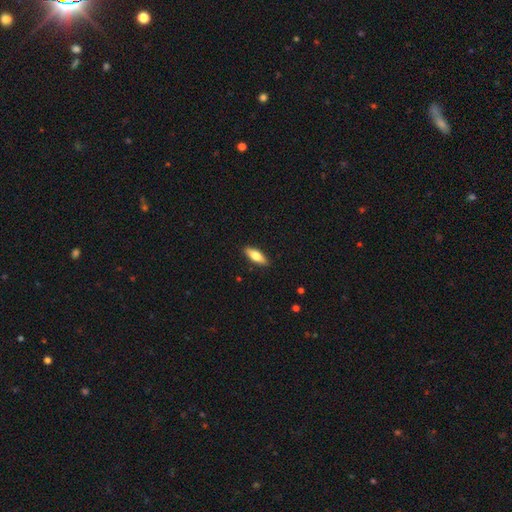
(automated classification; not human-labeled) Smooth or featured: smooth — 69% (featured or disk — 25%)
How rounded: in between — 60% (cigar-shaped — 37%)
Merging: none — 89% (minor disturbance — 8%)